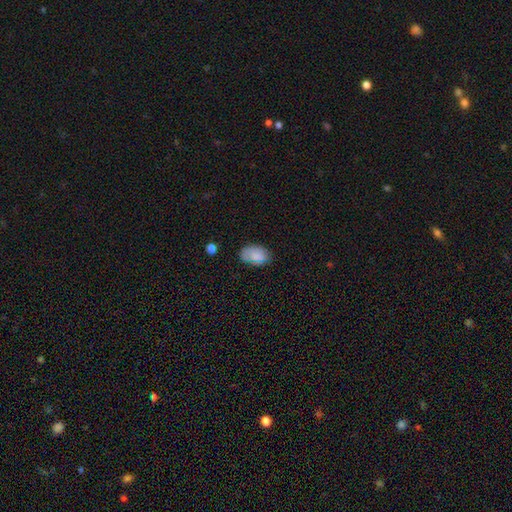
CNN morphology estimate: Smooth or featured: smooth — 80% (featured or disk — 12%)
How rounded: in between — 90% (round — 8%)
Merging: none — 71% (minor disturbance — 22%)